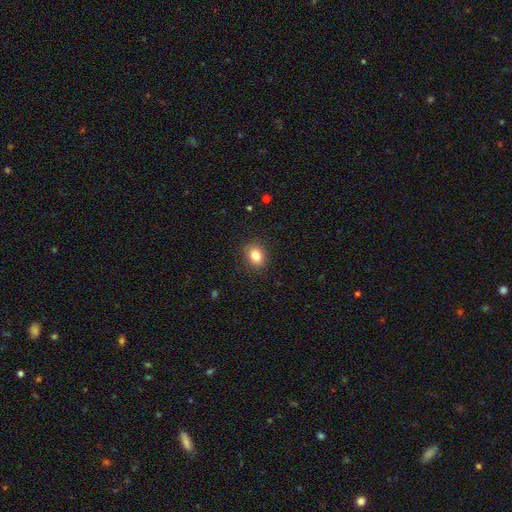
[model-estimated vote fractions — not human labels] Overall: smooth (83%). How rounded: in between (55%; round 44%). Merging: none (88%).